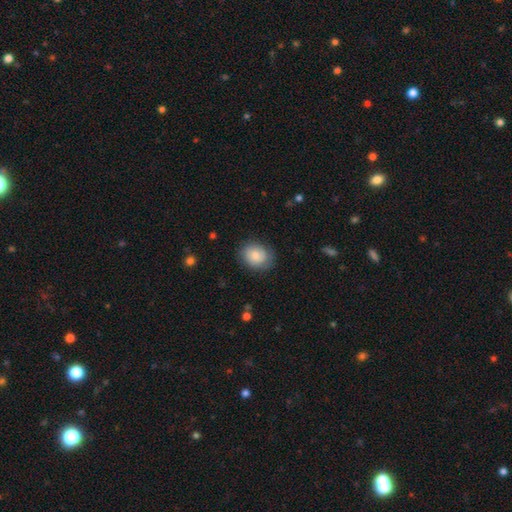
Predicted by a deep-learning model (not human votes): Q: Smooth or featured?
A: smooth (69%); runner-up: featured or disk (23%)
Q: How rounded?
A: round (53%); runner-up: in between (46%)
Q: Merging?
A: none (77%); runner-up: minor disturbance (17%)